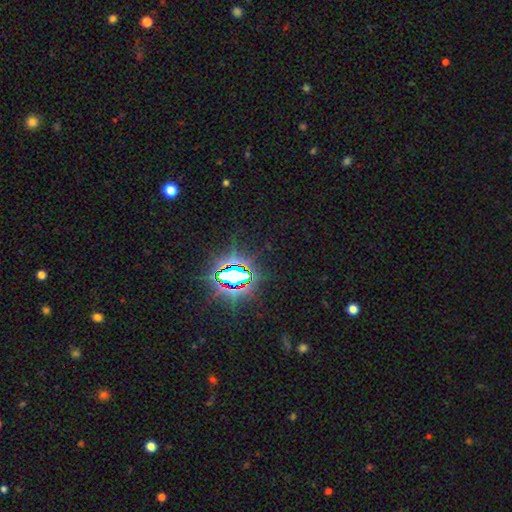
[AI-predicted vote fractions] Morphology: type=star or artifact (82%).